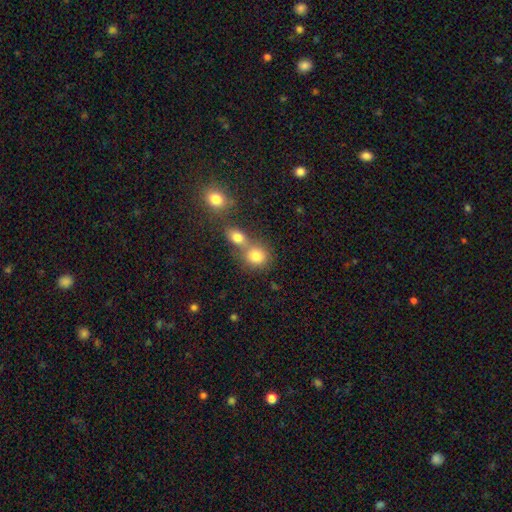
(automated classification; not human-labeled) Overall: smooth (80%). How rounded: round (75%). Merging: merger (46%; none 43%).